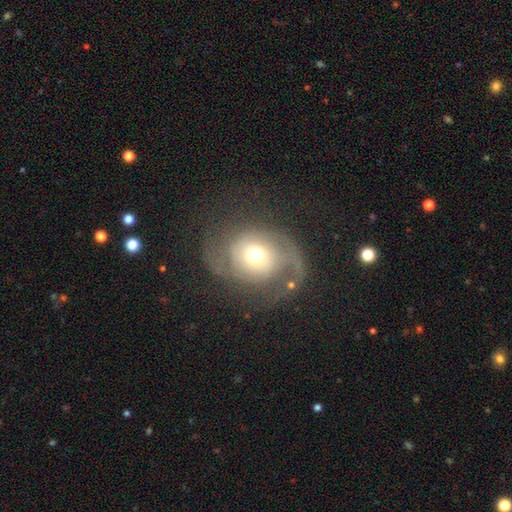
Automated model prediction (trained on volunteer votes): featured or disk 73%, smooth 19%, star or artifact 8%. Down the decision tree: edge-on disk — no (97%); bar — no (72%); spiral arms — yes (88%); spiral arm count — 2 (71%); spiral winding — medium (43%); bulge size — moderate (58%); merging — none (54%).